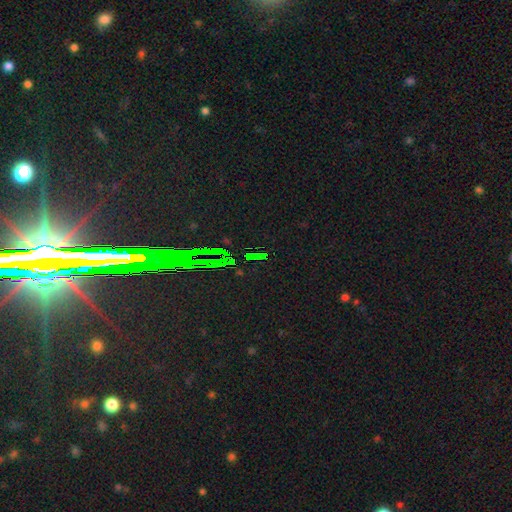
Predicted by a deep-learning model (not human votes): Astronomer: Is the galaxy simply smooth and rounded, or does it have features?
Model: star or artifact — 79%.